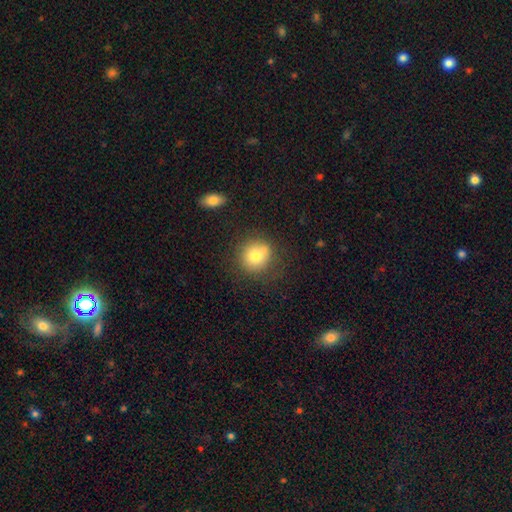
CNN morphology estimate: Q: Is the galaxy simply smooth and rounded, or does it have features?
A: smooth — 76%.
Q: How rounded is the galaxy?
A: round — 86%.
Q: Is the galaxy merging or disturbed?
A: none — 72%.